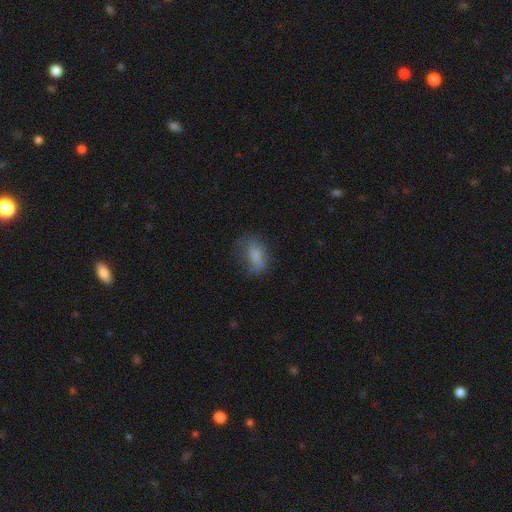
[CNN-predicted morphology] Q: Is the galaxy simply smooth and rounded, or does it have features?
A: smooth — 76%.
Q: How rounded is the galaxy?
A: in between — 85%.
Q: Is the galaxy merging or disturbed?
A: none — 54%.